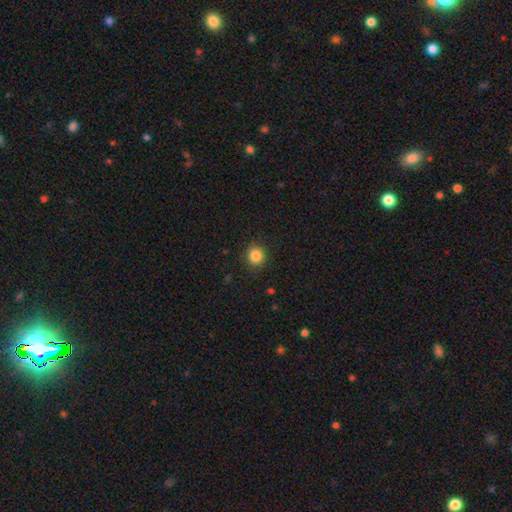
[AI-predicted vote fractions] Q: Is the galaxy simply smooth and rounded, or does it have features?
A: smooth — 85%.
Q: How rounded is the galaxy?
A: round — 88%.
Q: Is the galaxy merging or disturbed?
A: none — 90%.